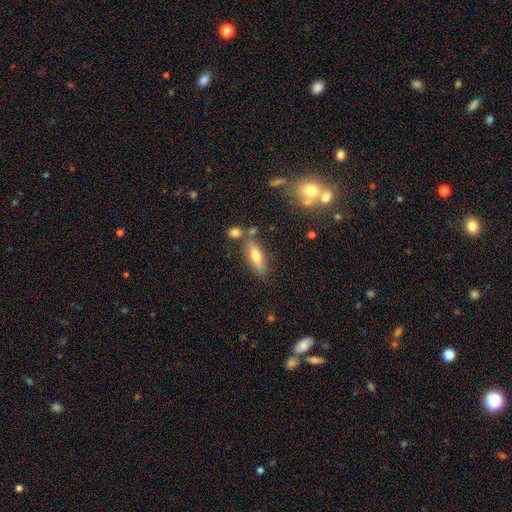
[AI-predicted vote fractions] Morphology: type=smooth (59%); roundness=in between (51%); merging=none (70%).